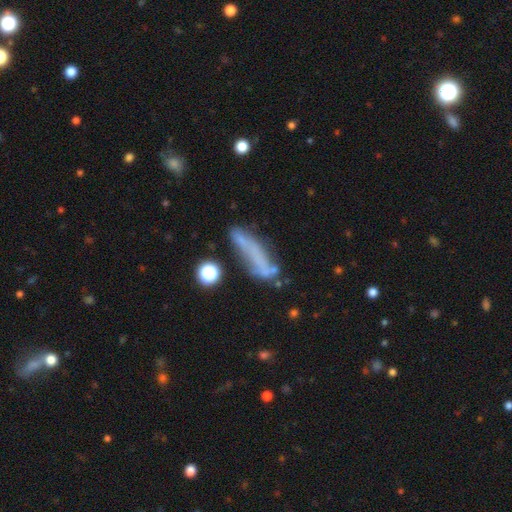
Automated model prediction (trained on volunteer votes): Smooth or featured? smooth (48%)
Merging? none (51%)